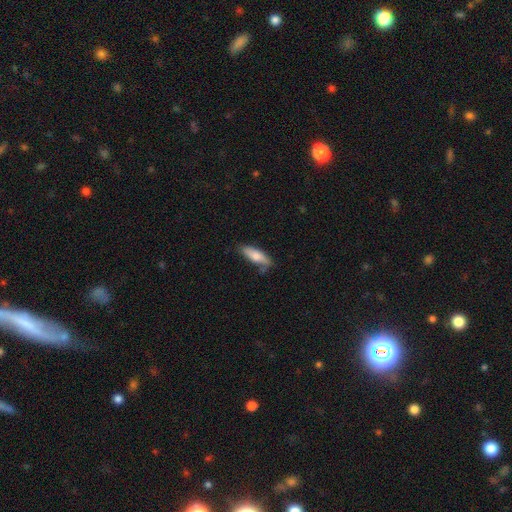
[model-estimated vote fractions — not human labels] Smooth or featured?
  - smooth: 75% *
  - featured or disk: 19%
  - star or artifact: 6%
How rounded?
  - in between: 53% *
  - cigar-shaped: 45%
  - round: 2%
Merging?
  - none: 66% *
  - minor disturbance: 25%
  - major disturbance: 5%
  - merger: 5%